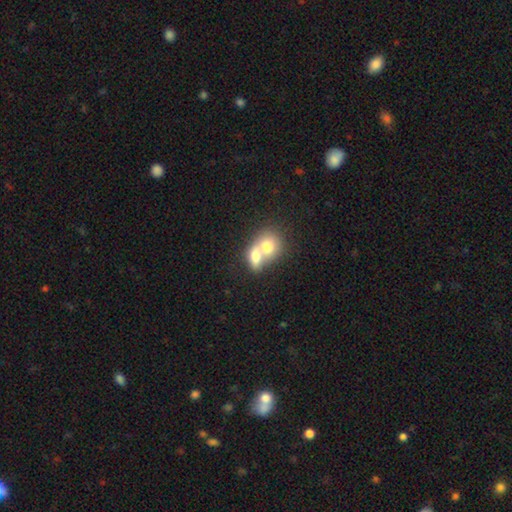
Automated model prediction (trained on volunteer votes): This appears to be a smooth galaxy with no disk features (71%) that is in between round and cigar-shaped (57%). Merging: merger (77%).